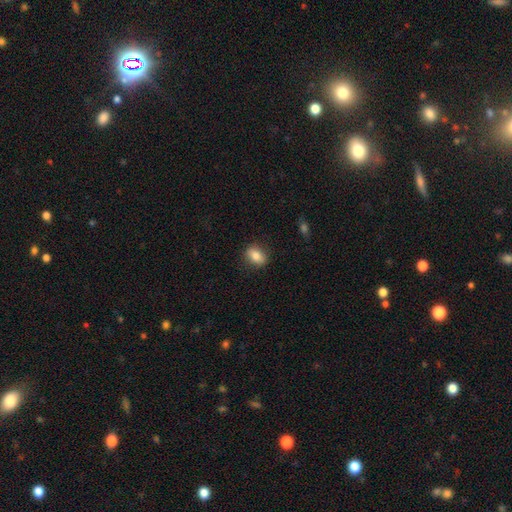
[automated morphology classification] A smooth galaxy with no disk features (82%) that is in between round and cigar-shaped (71%).

Vote fractions:
- Smooth or featured? smooth: 82% / featured or disk: 10% / star or artifact: 8%
- How rounded? in between: 71% / round: 26% / cigar-shaped: 2%
- Merging? none: 85% / minor disturbance: 11% / major disturbance: 3% / merger: 1%